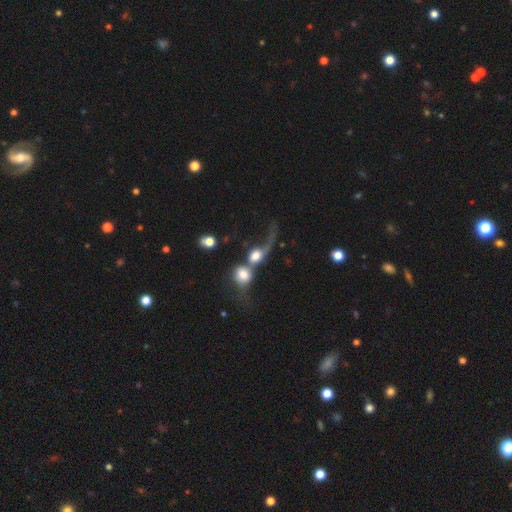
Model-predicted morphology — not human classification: smooth-or-featured: smooth: 55% | featured or disk: 34% | star or artifact: 10%
  how-rounded: round: 69% | in between: 27% | cigar-shaped: 3%
  merging: merger: 72% | major disturbance: 15% | none: 8% | minor disturbance: 5%